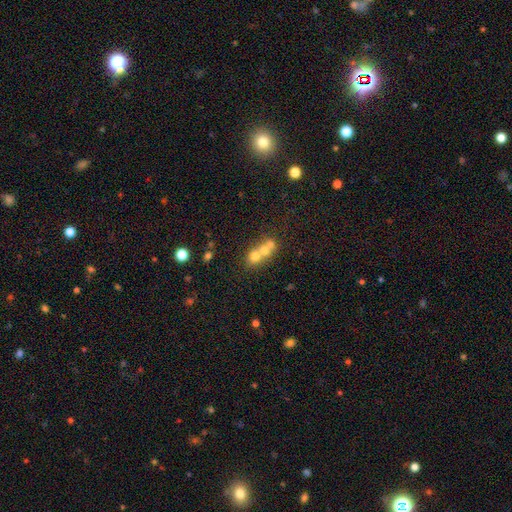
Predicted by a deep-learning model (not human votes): Q: Smooth or featured?
A: smooth (62%); runner-up: featured or disk (24%)
Q: How rounded?
A: round (72%); runner-up: in between (26%)
Q: Merging?
A: merger (64%); runner-up: none (27%)